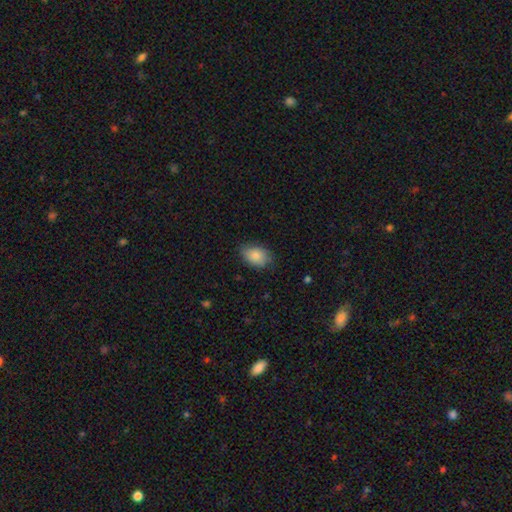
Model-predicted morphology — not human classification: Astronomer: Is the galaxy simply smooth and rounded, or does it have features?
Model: smooth — 85%.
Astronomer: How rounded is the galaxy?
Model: in between — 83%.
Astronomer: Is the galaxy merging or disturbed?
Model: none — 74%.